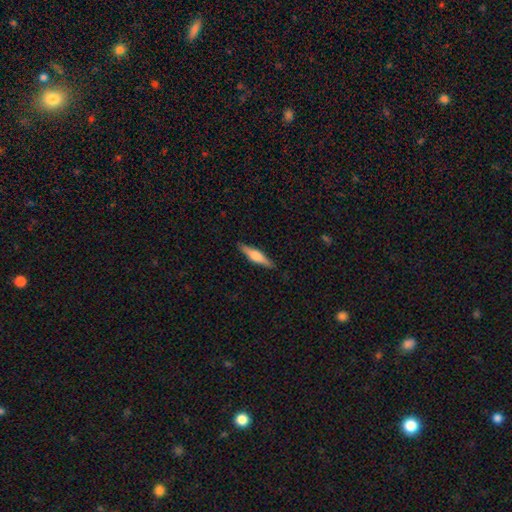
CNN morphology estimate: A featured or disk galaxy (53%) viewed edge-on (96%) with a rounded central bulge (81%). Merging: none (89%).